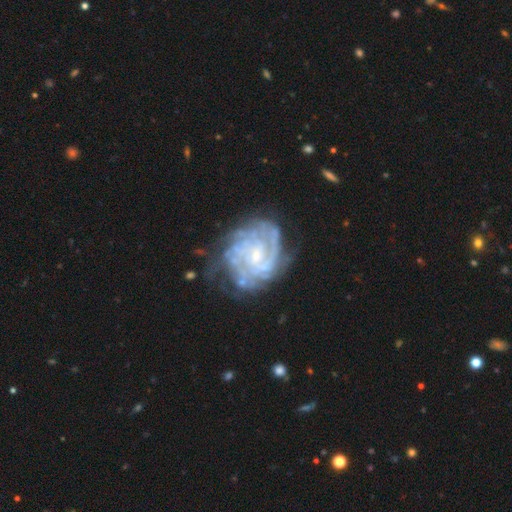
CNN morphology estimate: Smooth or featured? Predicted: featured or disk (p=0.86). Edge-on disk? Predicted: no (p=0.98). Bar? Predicted: no (p=0.59). Spiral arms? Predicted: yes (p=0.93). Spiral winding? Predicted: tight (p=0.68). Spiral arm count? Predicted: can't tell (p=0.40). Bulge size? Predicted: small (p=0.68). Merging? Predicted: none (p=0.62).